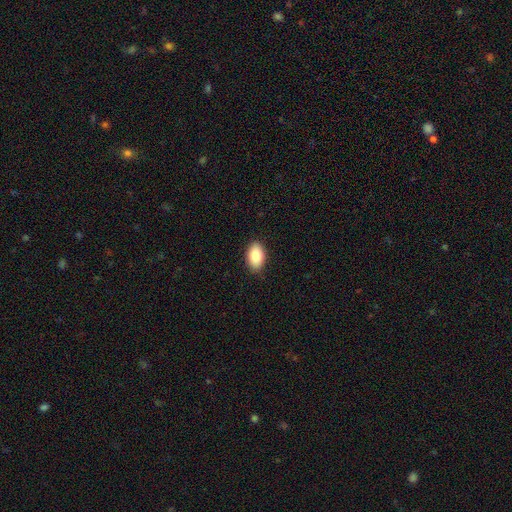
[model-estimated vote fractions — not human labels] The model was most divided on "smooth or featured": smooth: 86%, featured or disk: 7%, star or artifact: 7%. More confident: how rounded — in between (92%); merging — none (88%).